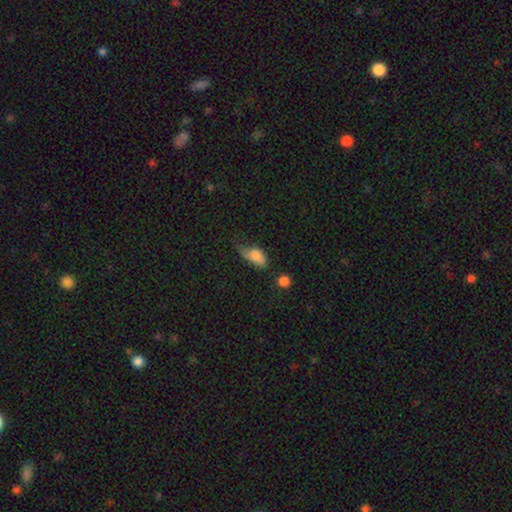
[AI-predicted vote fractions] A smooth galaxy with no disk features (77%) that is in between round and cigar-shaped (86%).

Vote fractions:
- Smooth or featured? smooth: 77% / featured or disk: 15% / star or artifact: 8%
- How rounded? in between: 86% / round: 8% / cigar-shaped: 6%
- Merging? minor disturbance: 39% / major disturbance: 28% / none: 27% / merger: 5%